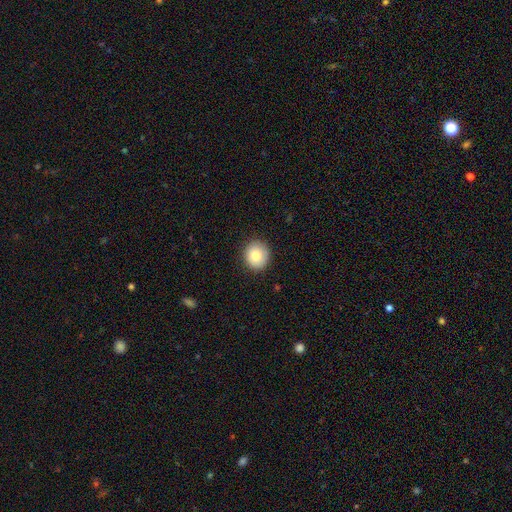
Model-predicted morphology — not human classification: Smooth or featured?
  - smooth: 81% *
  - featured or disk: 10%
  - star or artifact: 8%
How rounded?
  - round: 84% *
  - in between: 15%
  - cigar-shaped: 1%
Merging?
  - none: 88% *
  - minor disturbance: 9%
  - major disturbance: 2%
  - merger: 1%